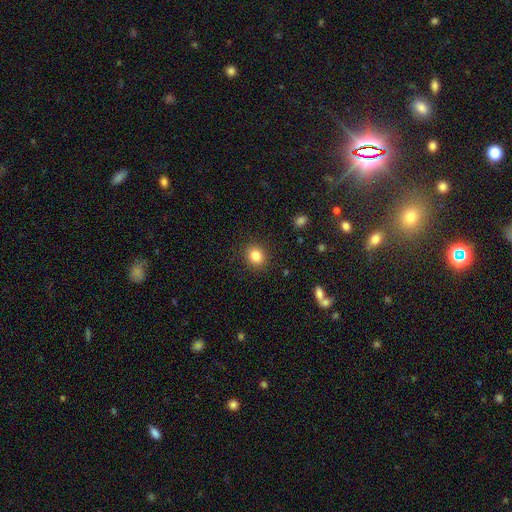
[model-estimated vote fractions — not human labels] This appears to be a smooth galaxy with no disk features (84%) that is round (71%). Merging: none (89%).